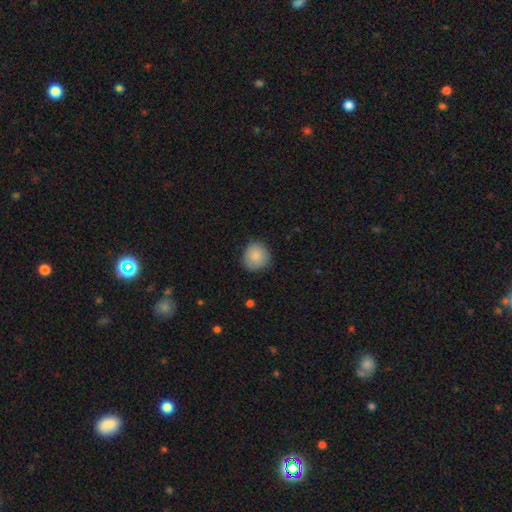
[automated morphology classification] type=smooth (85%); roundness=round (89%); merging=none (82%).